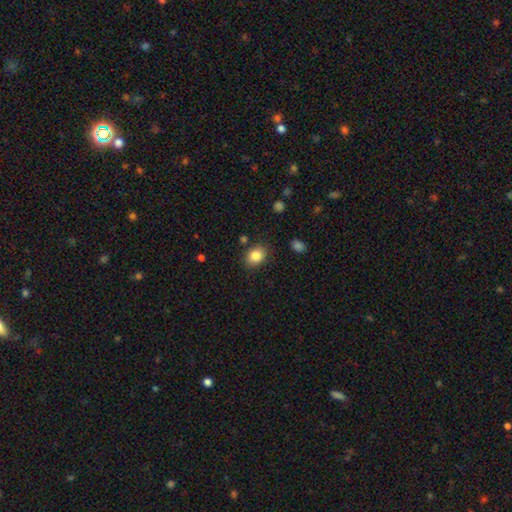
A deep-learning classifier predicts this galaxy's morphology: This is clearly a smooth galaxy (85%). How rounded: possibly in between (52%). Merging: clearly none (82%).